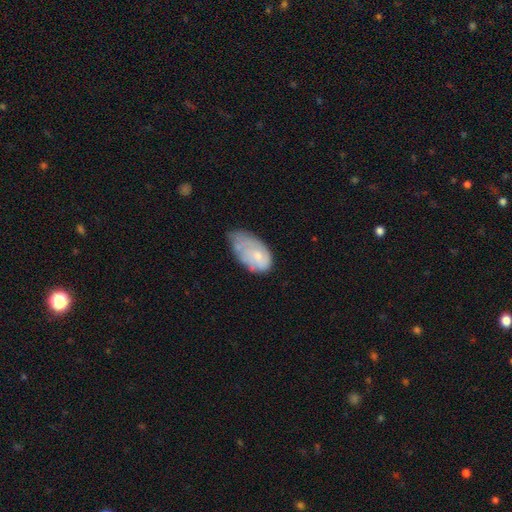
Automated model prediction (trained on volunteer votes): Smooth or featured? Predicted: smooth (p=0.59). How rounded? Predicted: in between (p=0.93). Merging? Predicted: minor disturbance (p=0.46).